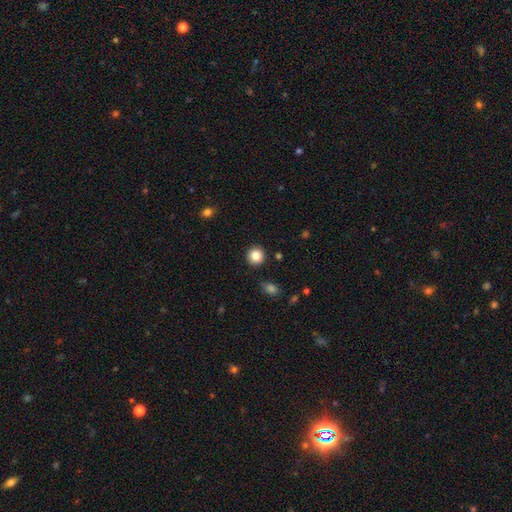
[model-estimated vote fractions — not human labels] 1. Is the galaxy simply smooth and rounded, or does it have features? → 85% smooth, 10% star or artifact, 5% featured or disk.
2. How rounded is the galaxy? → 93% round, 6% in between, 1% cigar-shaped.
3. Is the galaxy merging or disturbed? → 90% none, 6% minor disturbance, 2% major disturbance, 2% merger.